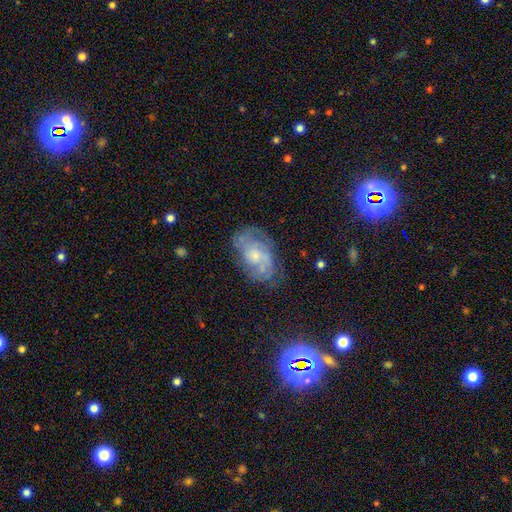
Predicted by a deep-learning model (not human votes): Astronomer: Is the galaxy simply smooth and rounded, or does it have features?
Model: featured or disk — 67%.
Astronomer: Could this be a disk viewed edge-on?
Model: no — 96%.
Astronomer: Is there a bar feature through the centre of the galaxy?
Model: no — 75%.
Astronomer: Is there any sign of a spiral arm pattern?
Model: yes — 77%.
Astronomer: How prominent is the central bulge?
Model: small — 52% (runner-up: moderate, 37%).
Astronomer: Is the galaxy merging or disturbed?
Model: none — 61%.